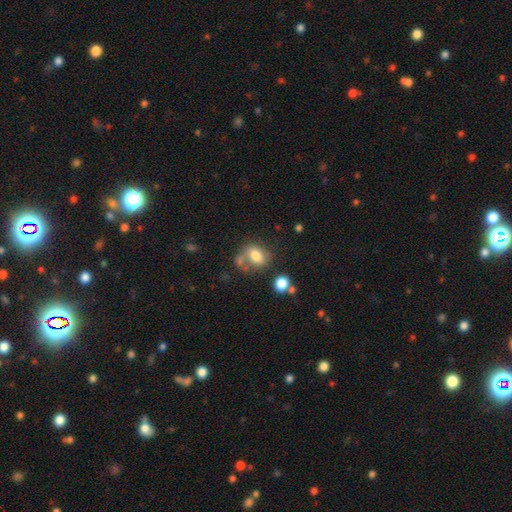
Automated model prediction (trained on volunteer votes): Overall: smooth (71%). How rounded: in between (62%; round 36%). Merging: none (42%; merger 23%).